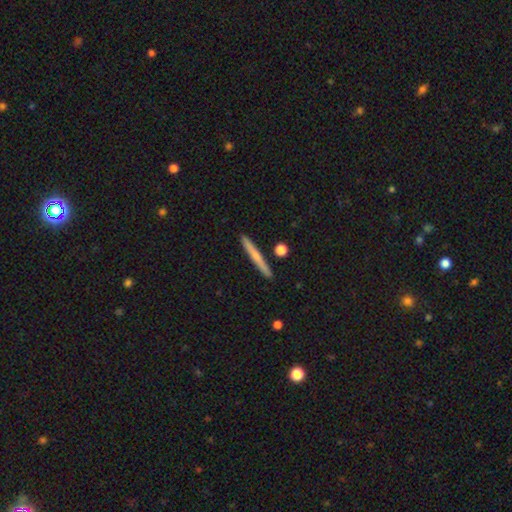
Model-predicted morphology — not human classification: smooth_or_featured: smooth (p=0.56) [alt: featured or disk p=0.37]
how_rounded: cigar-shaped (p=0.95) [alt: in between p=0.03]
merging: none (p=0.90) [alt: minor disturbance p=0.06]